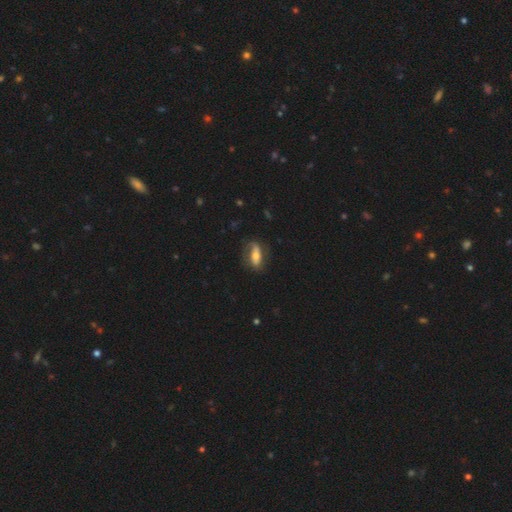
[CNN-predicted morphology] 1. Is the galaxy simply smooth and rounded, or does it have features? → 52% featured or disk, 41% smooth, 7% star or artifact.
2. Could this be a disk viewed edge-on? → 85% no, 15% yes.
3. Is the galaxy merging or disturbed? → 61% none, 23% minor disturbance, 15% major disturbance, 2% merger.